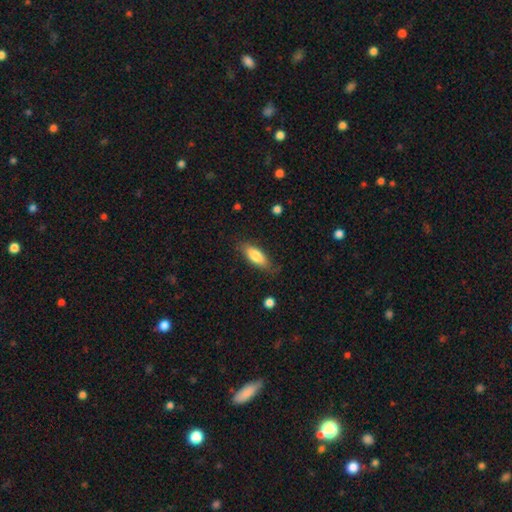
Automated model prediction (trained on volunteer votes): A smooth galaxy with no disk features (79%) that is in between round and cigar-shaped (71%).

Vote fractions:
- Smooth or featured? smooth: 79% / featured or disk: 15% / star or artifact: 6%
- How rounded? in between: 71% / cigar-shaped: 27% / round: 2%
- Merging? none: 77% / minor disturbance: 18% / major disturbance: 4% / merger: 1%